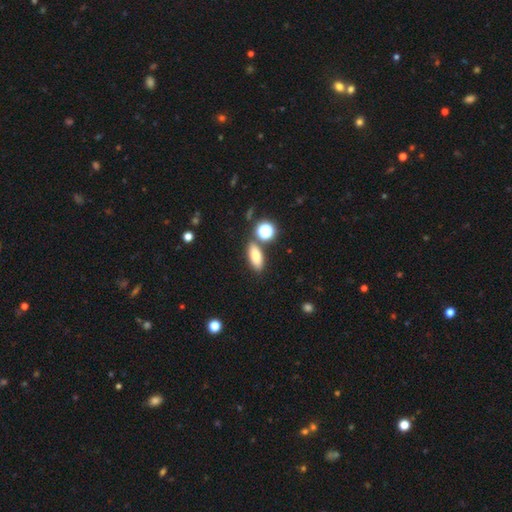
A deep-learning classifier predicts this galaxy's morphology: Q: Smooth or featured?
A: smooth (76%); runner-up: featured or disk (12%)
Q: How rounded?
A: in between (70%); runner-up: cigar-shaped (21%)
Q: Merging?
A: none (77%); runner-up: minor disturbance (10%)